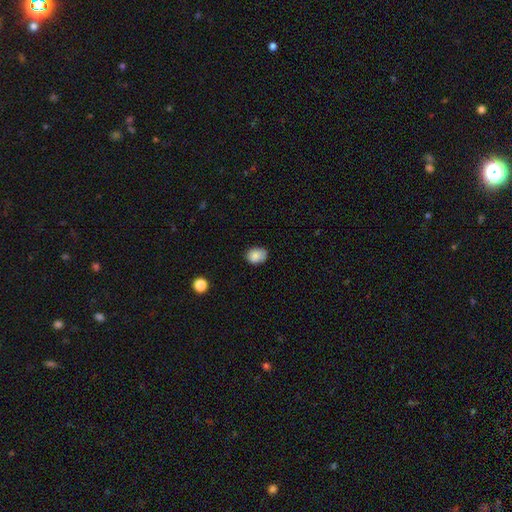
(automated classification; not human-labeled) A smooth galaxy with no disk features (85%) that is in between round and cigar-shaped (62%).

Vote fractions:
- Smooth or featured? smooth: 85% / star or artifact: 9% / featured or disk: 6%
- How rounded? in between: 62% / round: 37% / cigar-shaped: 1%
- Merging? none: 71% / minor disturbance: 23% / major disturbance: 4% / merger: 2%